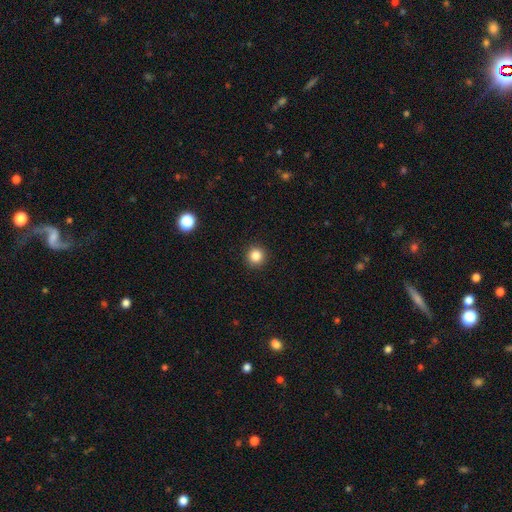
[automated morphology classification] smooth-or-featured: smooth: 85% | star or artifact: 11% | featured or disk: 4%
  how-rounded: round: 95% | in between: 4% | cigar-shaped: 1%
  merging: none: 93% | minor disturbance: 4% | major disturbance: 2% | merger: 1%